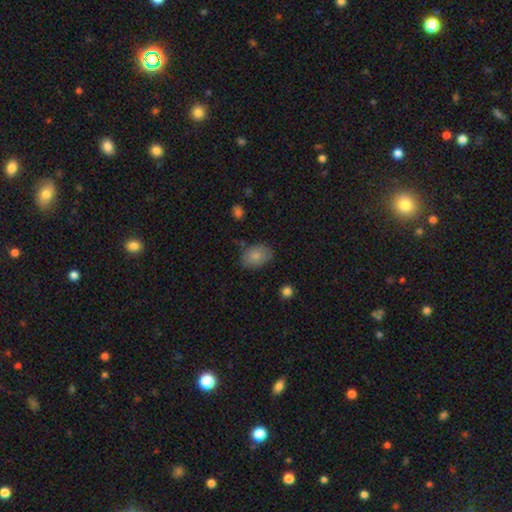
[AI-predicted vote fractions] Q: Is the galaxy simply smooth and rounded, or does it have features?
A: smooth — 82%.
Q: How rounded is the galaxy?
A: in between — 83%.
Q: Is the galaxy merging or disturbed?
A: none — 76%.